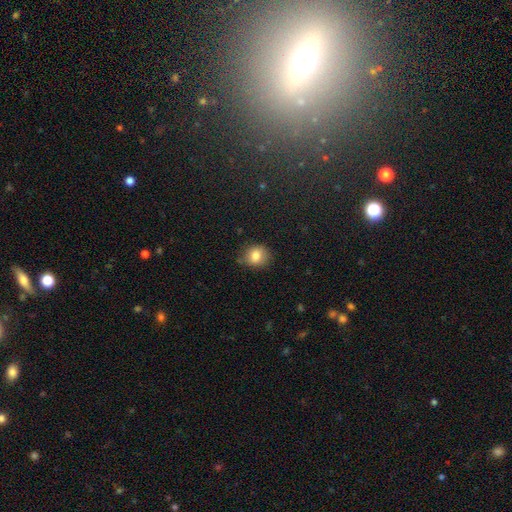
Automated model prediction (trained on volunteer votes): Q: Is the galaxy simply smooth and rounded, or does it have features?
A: smooth — 82%.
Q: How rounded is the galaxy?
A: round — 73%.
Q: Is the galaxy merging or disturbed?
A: none — 77%.